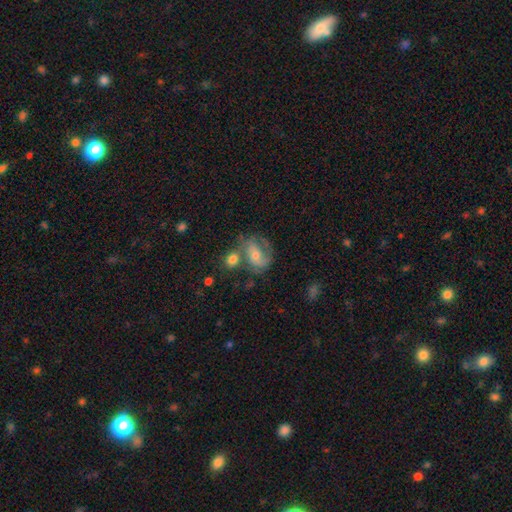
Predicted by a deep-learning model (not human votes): Smooth or featured: featured or disk — 57% (smooth — 35%)
Edge-on disk: no — 97% (yes — 3%)
Bar: no — 54% (weak — 36%)
Spiral arms: yes — 78% (no — 22%)
Bulge size: moderate — 52% (small — 39%)
Merging: none — 38% (merger — 31%)